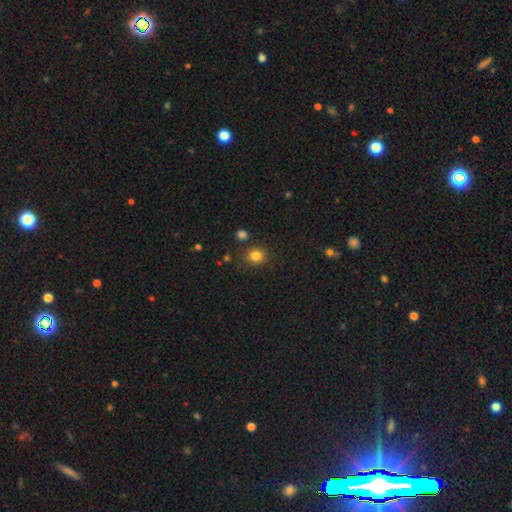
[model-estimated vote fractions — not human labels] Smooth or featured? Predicted: smooth (p=0.82). How rounded? Predicted: round (p=0.83). Merging? Predicted: none (p=0.85).